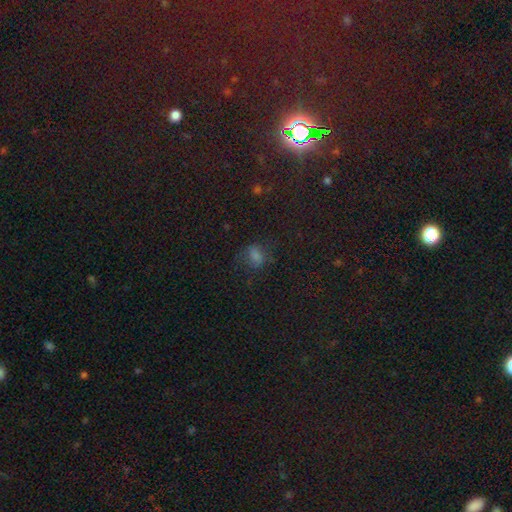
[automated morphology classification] Overall: smooth (55%; star or artifact 34%). How rounded: in between (61%; round 36%). Merging: none (66%).